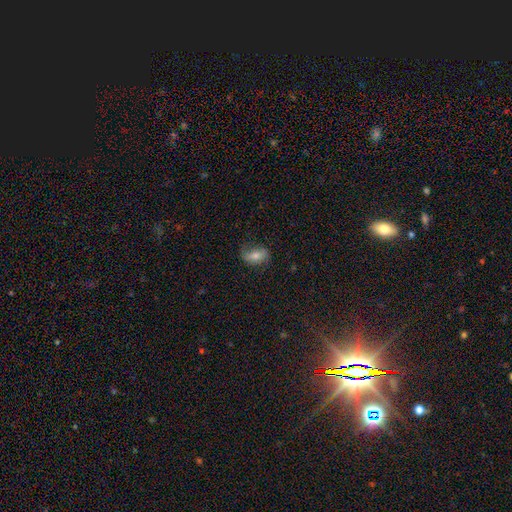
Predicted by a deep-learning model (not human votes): smooth 61%, featured or disk 30%, star or artifact 9%. Down the decision tree: how rounded — in between (85%); merging — none (71%).